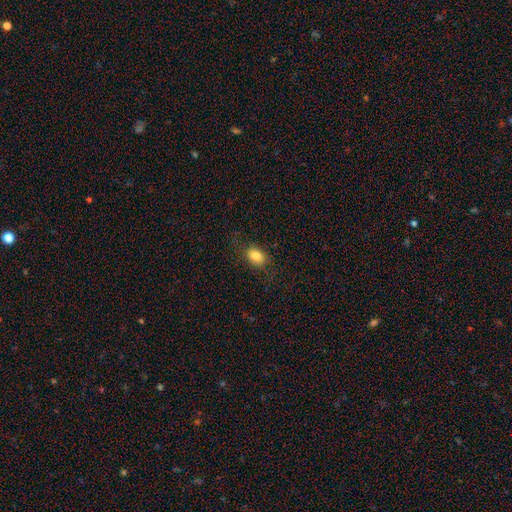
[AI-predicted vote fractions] The model was most divided on "how rounded": in between: 74%, round: 25%, cigar-shaped: 1%. More confident: smooth or featured — smooth (83%); merging — none (79%).